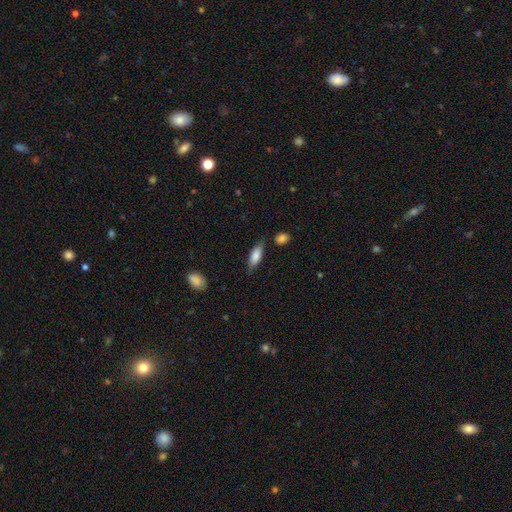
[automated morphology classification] smooth-or-featured: smooth: 69% | featured or disk: 25% | star or artifact: 7%
  how-rounded: in between: 57% | cigar-shaped: 40% | round: 3%
  merging: none: 72% | minor disturbance: 19% | major disturbance: 5% | merger: 4%